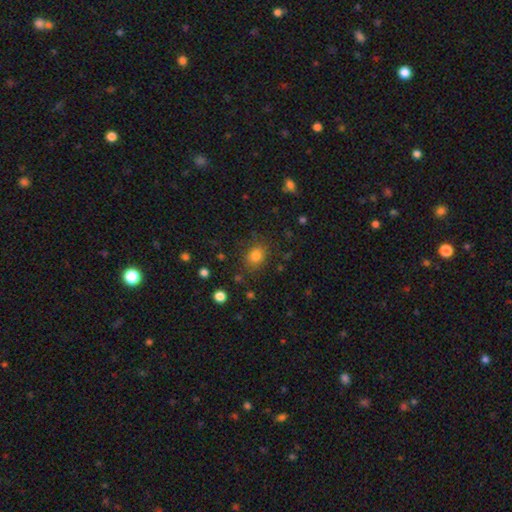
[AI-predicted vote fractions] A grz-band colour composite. It shows a smooth galaxy with no disk features (81%) that is round (61%). Merging: none (81%).